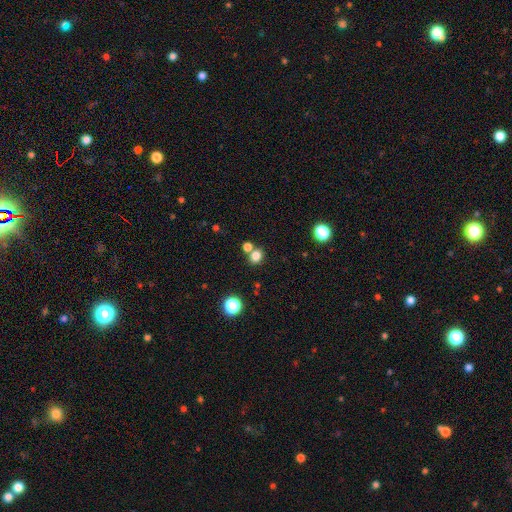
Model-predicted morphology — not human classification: This is likely a smooth galaxy (80%). How rounded: likely round (69%). Merging: likely none (64%).